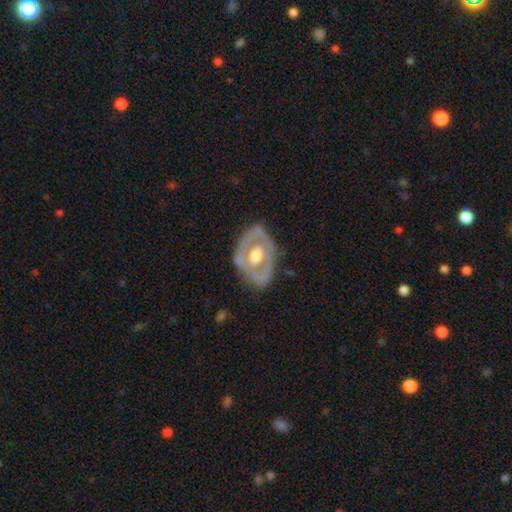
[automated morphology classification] This is likely a featured or disk galaxy (70%). It is clearly not viewed edge-on (93%). Bar: likely no (68%). Spiral arm pattern: likely no (67%). Central bulge: likely moderate (65%). Merging: likely none (68%).